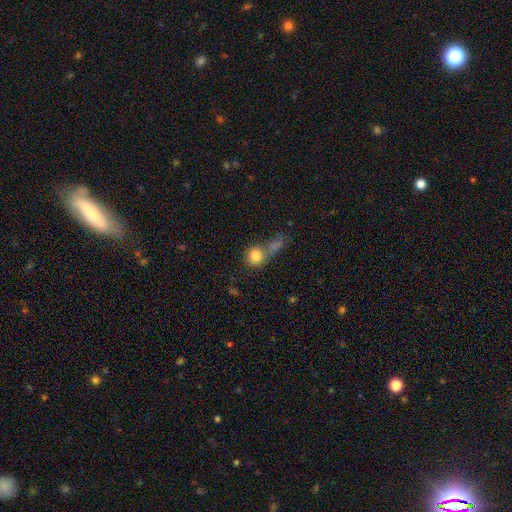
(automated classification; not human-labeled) Smooth or featured? smooth (80%)
How rounded? round (77%)
Merging? merger (41%)